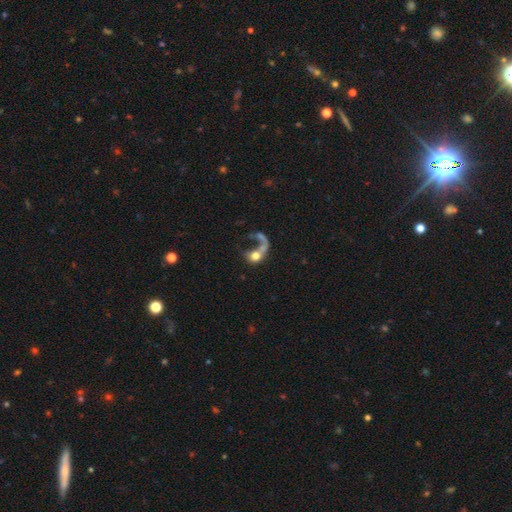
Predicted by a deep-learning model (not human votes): Smooth or featured? smooth (49%)
Merging? major disturbance (42%)